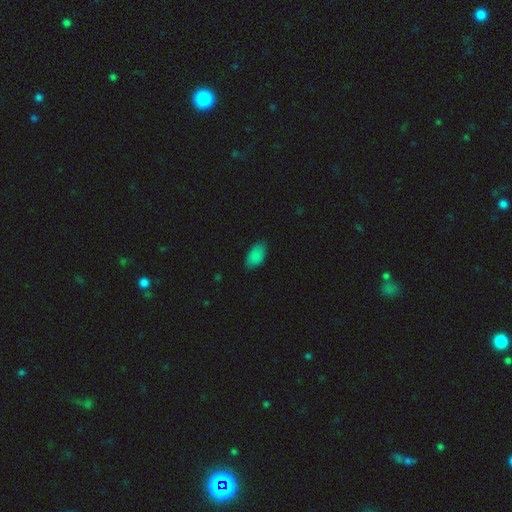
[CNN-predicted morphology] Q: Smooth or featured?
A: smooth (86%); runner-up: star or artifact (9%)
Q: How rounded?
A: in between (93%); runner-up: round (5%)
Q: Merging?
A: none (77%); runner-up: minor disturbance (18%)